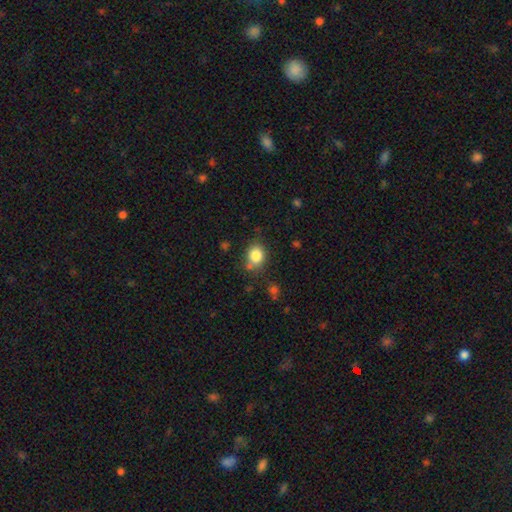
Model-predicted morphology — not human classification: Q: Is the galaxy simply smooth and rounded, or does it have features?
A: smooth — 84%.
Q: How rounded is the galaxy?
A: round — 55%.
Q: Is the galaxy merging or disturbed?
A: none — 73%.